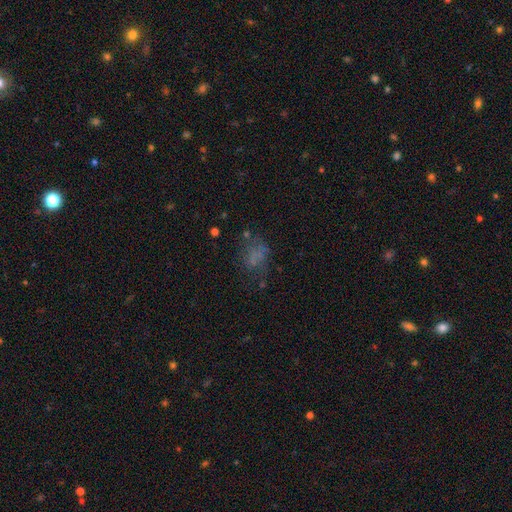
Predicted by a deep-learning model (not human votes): Morphology: type=smooth (47%); merging=none (45%).